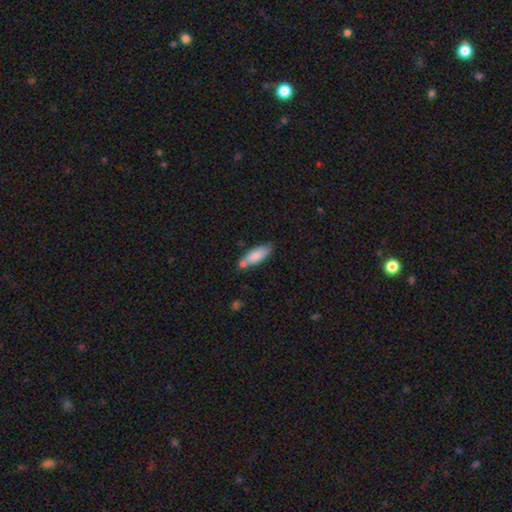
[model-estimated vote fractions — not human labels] Smooth or featured: smooth — 80% (featured or disk — 14%)
How rounded: in between — 59% (cigar-shaped — 39%)
Merging: none — 61% (minor disturbance — 19%)